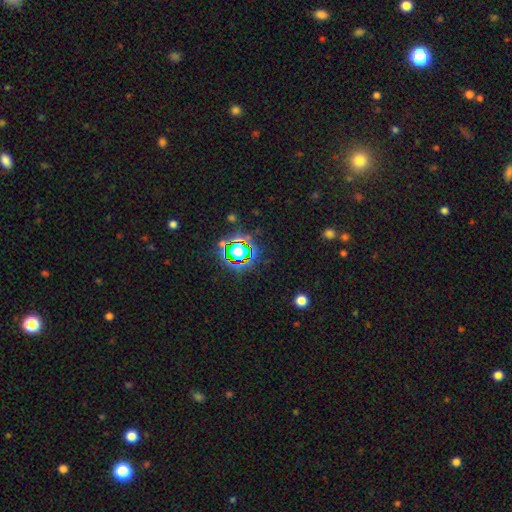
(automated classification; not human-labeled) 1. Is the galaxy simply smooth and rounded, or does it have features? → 78% star or artifact, 14% smooth, 8% featured or disk.